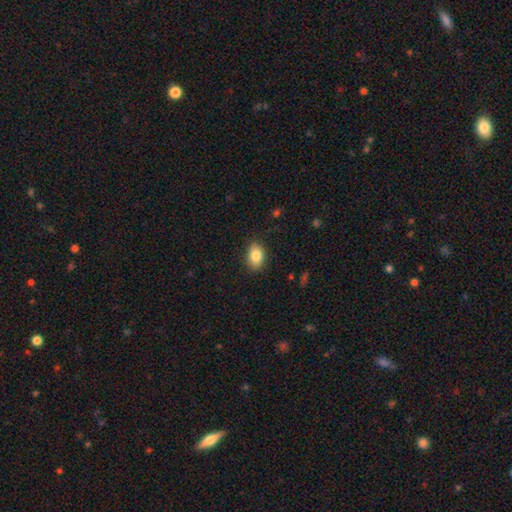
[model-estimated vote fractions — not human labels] A smooth galaxy with no disk features (84%) that is in between round and cigar-shaped (81%).

Vote fractions:
- Smooth or featured? smooth: 84% / star or artifact: 8% / featured or disk: 8%
- How rounded? in between: 81% / round: 17% / cigar-shaped: 1%
- Merging? none: 86% / minor disturbance: 11% / major disturbance: 2% / merger: 1%